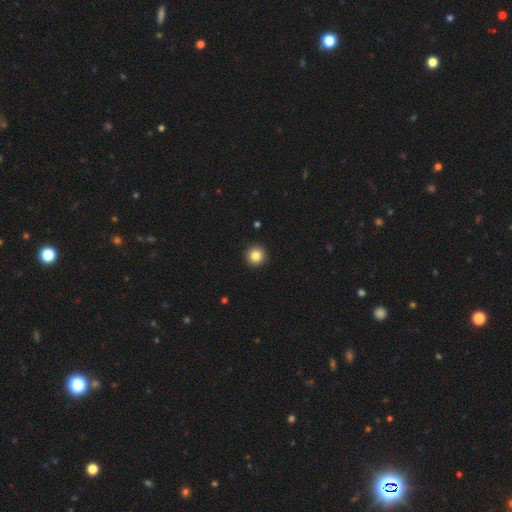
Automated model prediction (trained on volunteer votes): This appears to be a smooth galaxy with no disk features (84%) that is round (96%). Merging: none (94%).